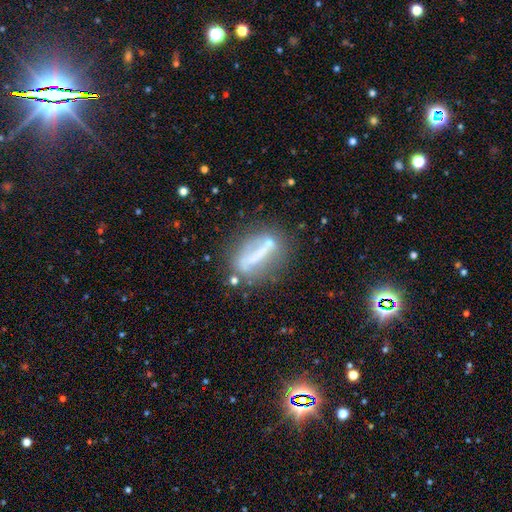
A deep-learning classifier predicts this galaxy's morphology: The model was most divided on "smooth or featured": featured or disk: 59%, smooth: 28%, star or artifact: 13%. More confident: edge-on disk — no (67%); merging — none (60%).